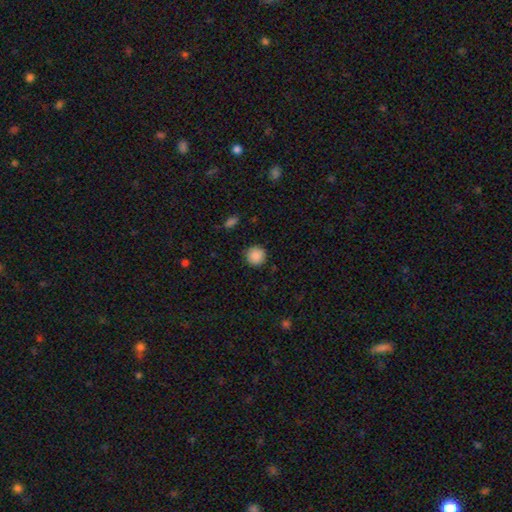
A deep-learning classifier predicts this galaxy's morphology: Q: Smooth or featured?
A: smooth (89%); runner-up: star or artifact (9%)
Q: How rounded?
A: round (94%); runner-up: in between (5%)
Q: Merging?
A: none (90%); runner-up: minor disturbance (7%)